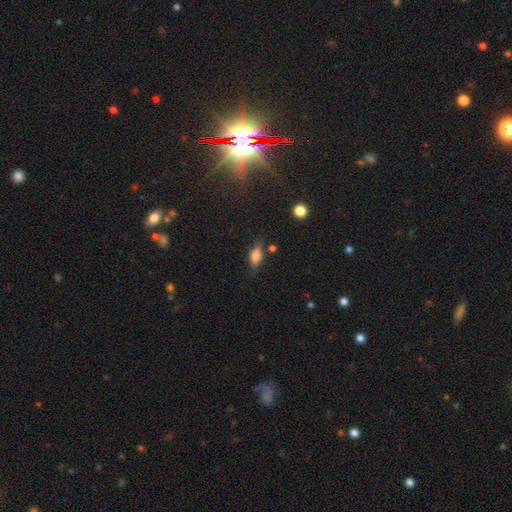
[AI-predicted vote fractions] A smooth galaxy with no disk features (61%) that is in between round and cigar-shaped (73%). Merging: none (72%).